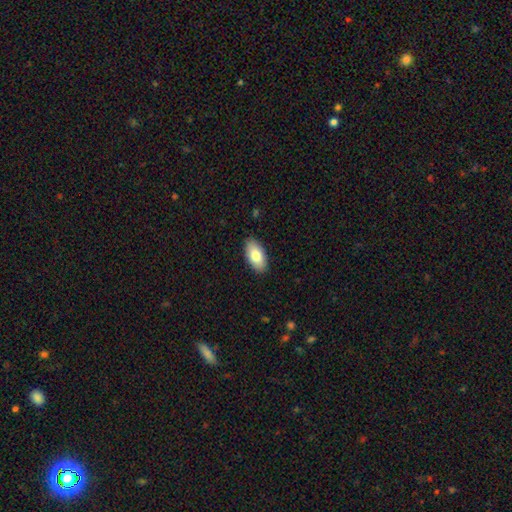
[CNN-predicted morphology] smooth 81%, featured or disk 13%, star or artifact 6%. Down the decision tree: how rounded — in between (94%); merging — none (89%).